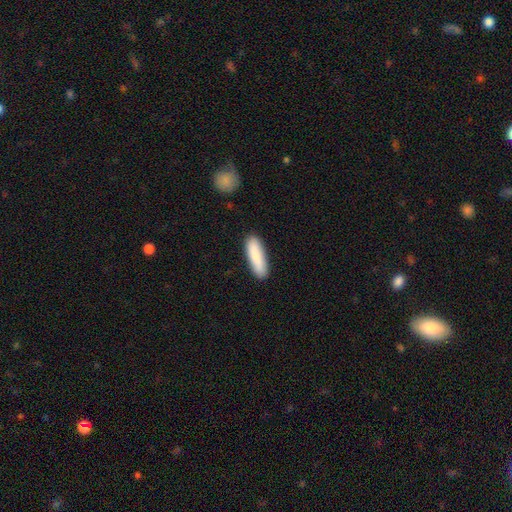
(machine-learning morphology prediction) type=smooth (87%); roundness=cigar-shaped (57%); merging=none (87%).